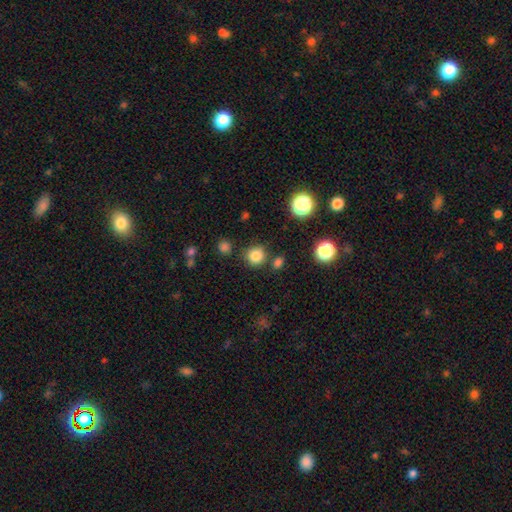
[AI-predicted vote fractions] Morphology: type=smooth (82%); roundness=round (90%); merging=none (80%).